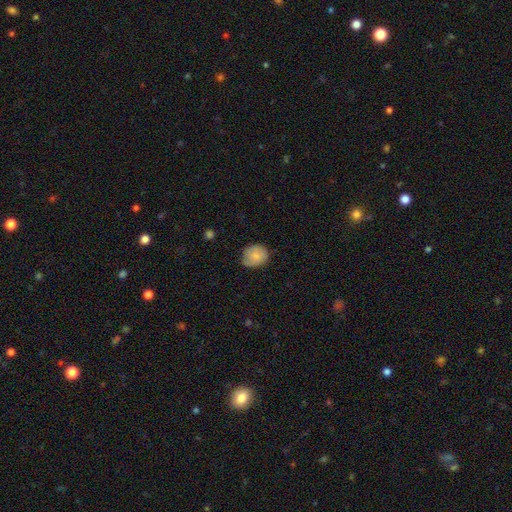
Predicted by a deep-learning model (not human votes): smooth_or_featured: smooth (p=0.78) [alt: featured or disk p=0.15]
how_rounded: round (p=0.69) [alt: in between p=0.30]
merging: none (p=0.63) [alt: minor disturbance p=0.30]